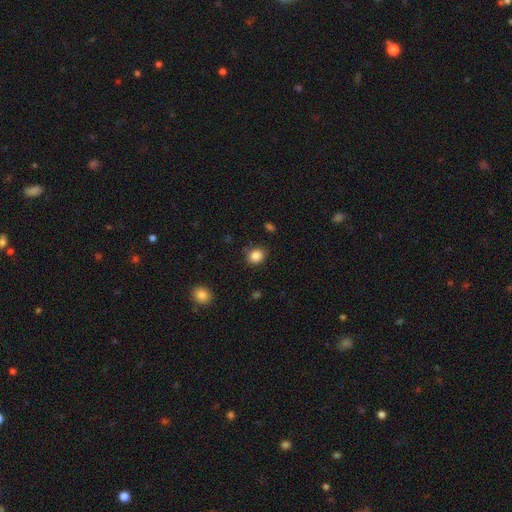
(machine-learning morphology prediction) A smooth galaxy with no disk features (87%) that is round (65%). Merging: none (83%).